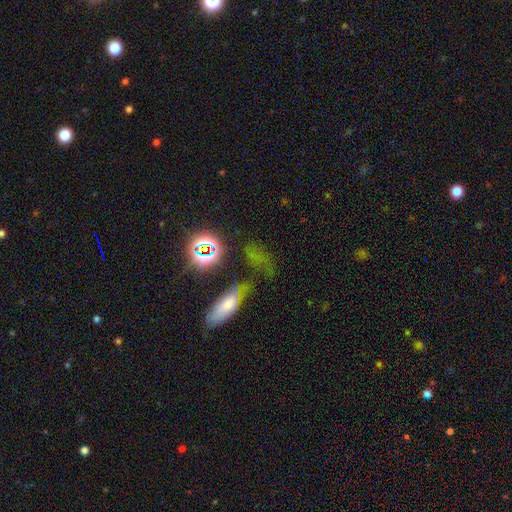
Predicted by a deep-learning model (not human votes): smooth_or_featured: smooth (p=0.44) [alt: star or artifact p=0.38]
merging: none (p=0.51) [alt: major disturbance p=0.20]